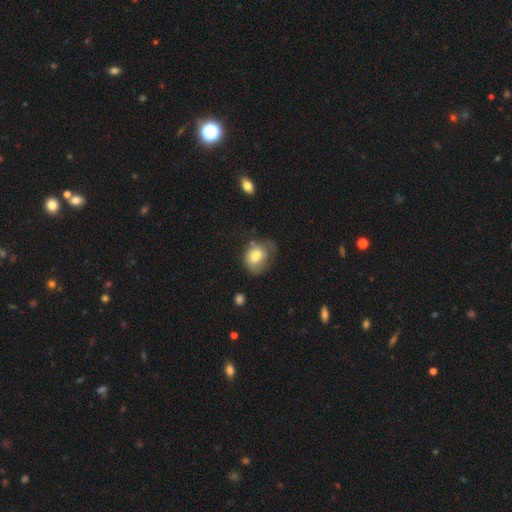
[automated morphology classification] A smooth galaxy with no disk features (75%) that is round (51%).

Vote fractions:
- Smooth or featured? smooth: 75% / featured or disk: 17% / star or artifact: 8%
- How rounded? round: 51% / in between: 49% / cigar-shaped: 1%
- Merging? none: 39% / minor disturbance: 36% / major disturbance: 21% / merger: 4%